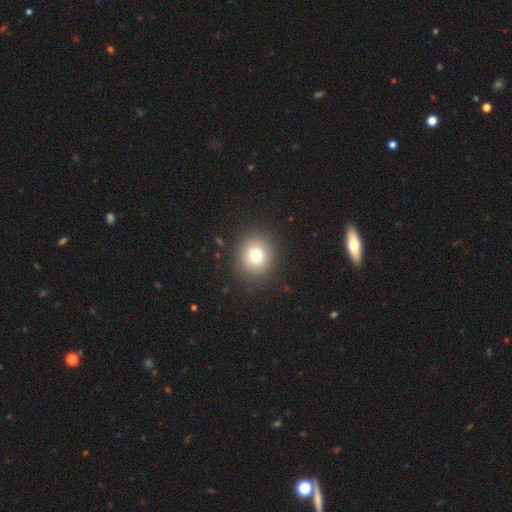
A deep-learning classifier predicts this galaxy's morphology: type=smooth (75%); roundness=round (81%); merging=none (88%).